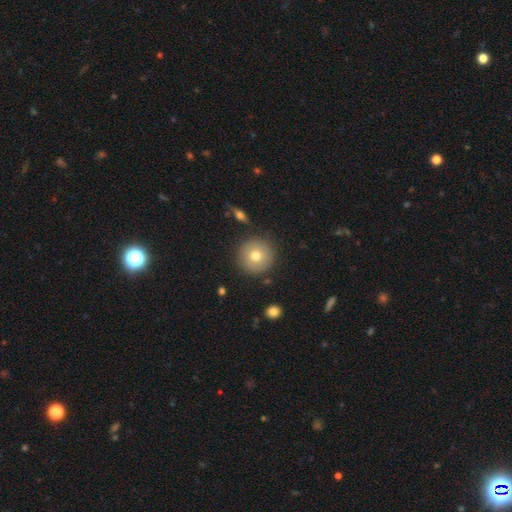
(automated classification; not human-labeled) A smooth galaxy with no disk features (74%) that is round (95%). Merging: none (87%).